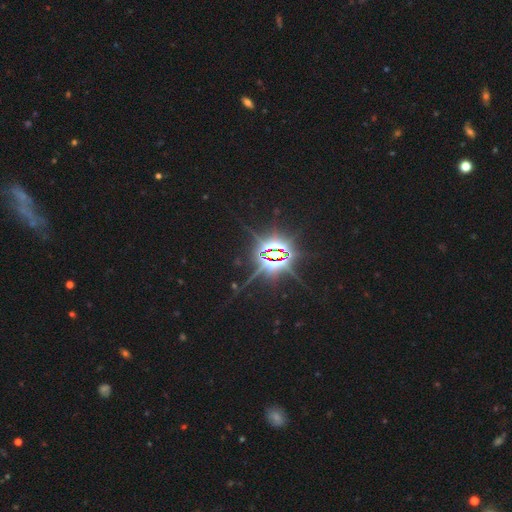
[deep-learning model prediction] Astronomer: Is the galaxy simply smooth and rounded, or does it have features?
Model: star or artifact — 83%.